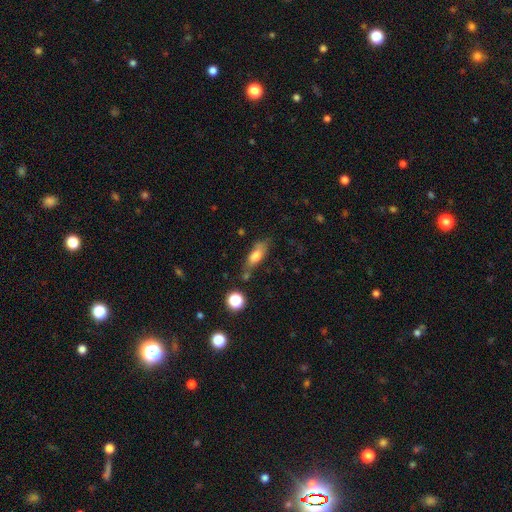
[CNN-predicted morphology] The model was most divided on "merging": none: 57%, minor disturbance: 23%, merger: 11%, major disturbance: 8%. More confident: smooth or featured — smooth (73%); how rounded — in between (69%).